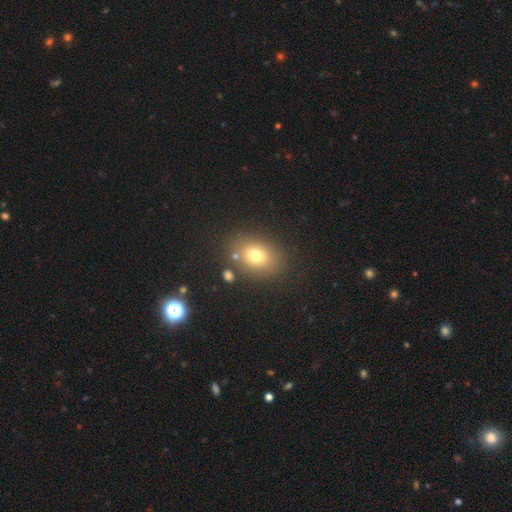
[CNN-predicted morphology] smooth 74%, star or artifact 14%, featured or disk 12%. Down the decision tree: how rounded — in between (60%); merging — none (80%).